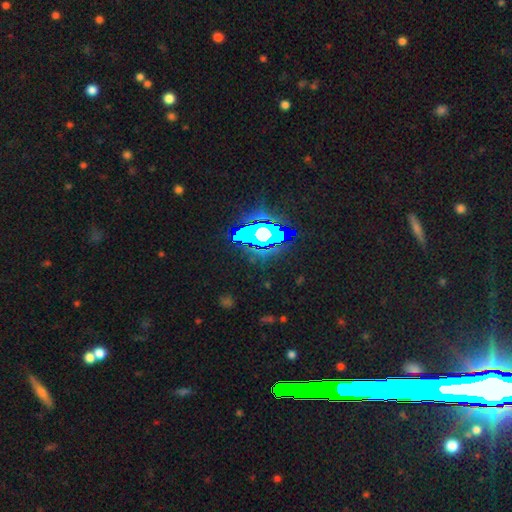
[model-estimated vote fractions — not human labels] A star or artifact, not a galaxy (76%).

Vote fractions:
- Smooth or featured? star or artifact: 76% / featured or disk: 12% / smooth: 12%